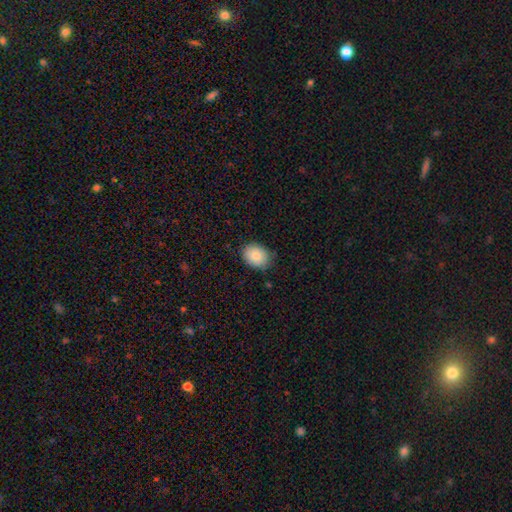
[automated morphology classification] Smooth or featured? Predicted: smooth (p=0.86). How rounded? Predicted: in between (p=0.60). Merging? Predicted: none (p=0.83).